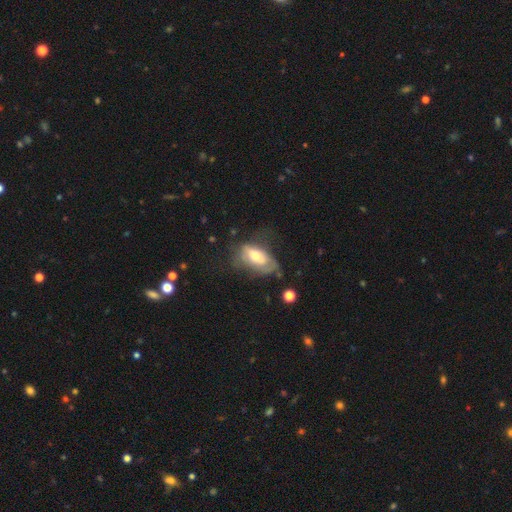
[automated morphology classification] smooth_or_featured: smooth (p=0.48) [alt: featured or disk p=0.45]
merging: none (p=0.37) [alt: minor disturbance p=0.30]